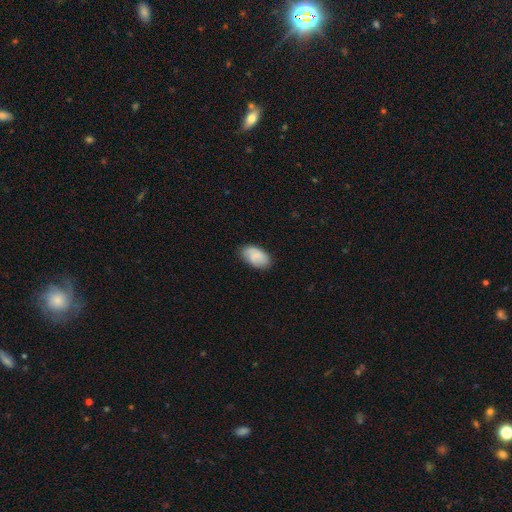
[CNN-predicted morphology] Overall: smooth (74%). How rounded: in between (93%). Merging: none (77%).